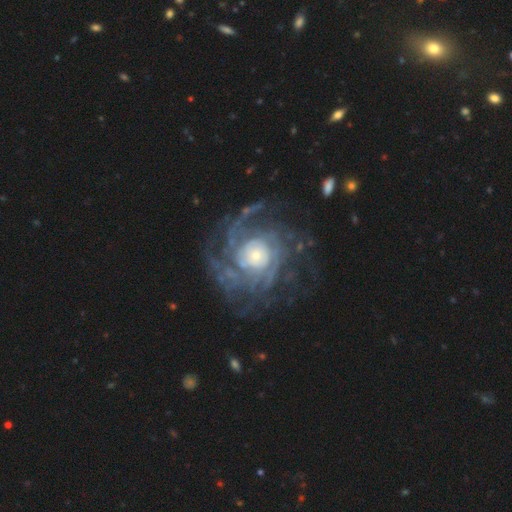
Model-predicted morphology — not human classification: A featured or disk galaxy (88%) with no bar (80%), tight (66%) spiral arms (95%) and a small central bulge (50%). Merging: none (68%).